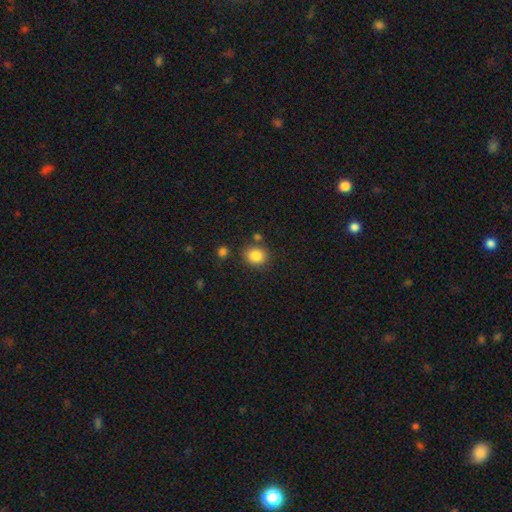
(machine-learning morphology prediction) type=smooth (85%); roundness=round (71%); merging=none (78%).